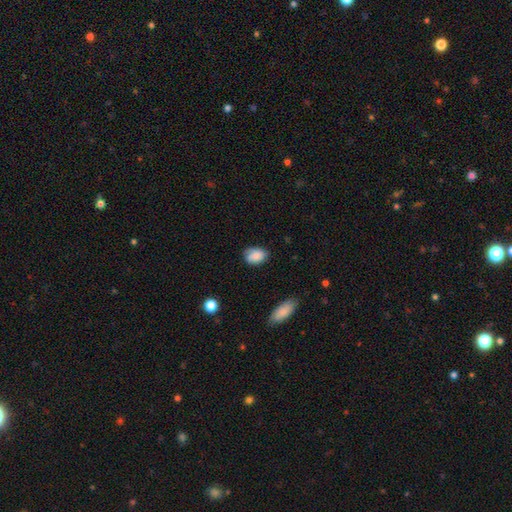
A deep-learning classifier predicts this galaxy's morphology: Smooth or featured? Predicted: smooth (p=0.84). How rounded? Predicted: in between (p=0.79). Merging? Predicted: none (p=0.68).